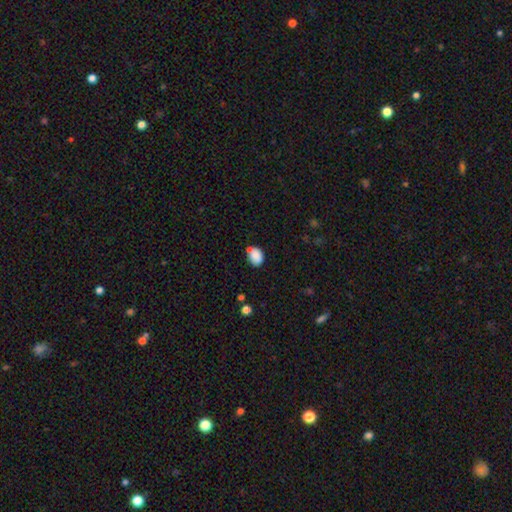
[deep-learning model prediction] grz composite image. It shows a smooth galaxy with no disk features (83%) that is in between round and cigar-shaped (62%). Merging: none (52%).